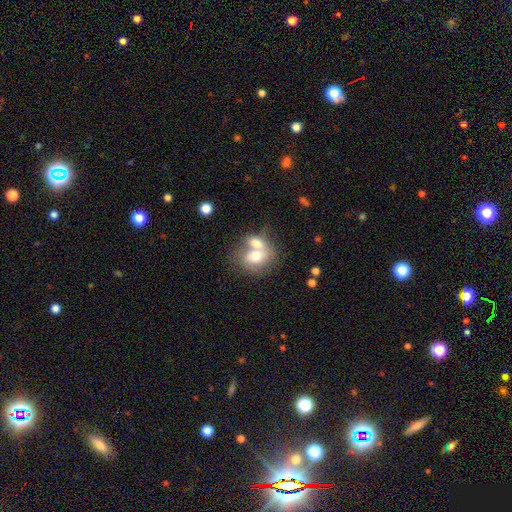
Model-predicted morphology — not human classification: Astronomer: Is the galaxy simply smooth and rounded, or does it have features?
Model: smooth — 67%.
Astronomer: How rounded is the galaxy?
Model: in between — 52% (runner-up: round, 47%).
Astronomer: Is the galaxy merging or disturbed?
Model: merger — 66%.